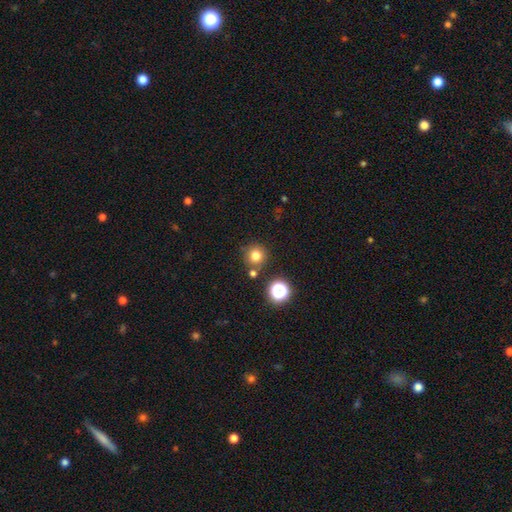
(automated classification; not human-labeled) Smooth or featured?
  - smooth: 77% *
  - star or artifact: 16%
  - featured or disk: 7%
How rounded?
  - round: 94% *
  - in between: 5%
  - cigar-shaped: 1%
Merging?
  - none: 79% *
  - merger: 10%
  - minor disturbance: 8%
  - major disturbance: 3%